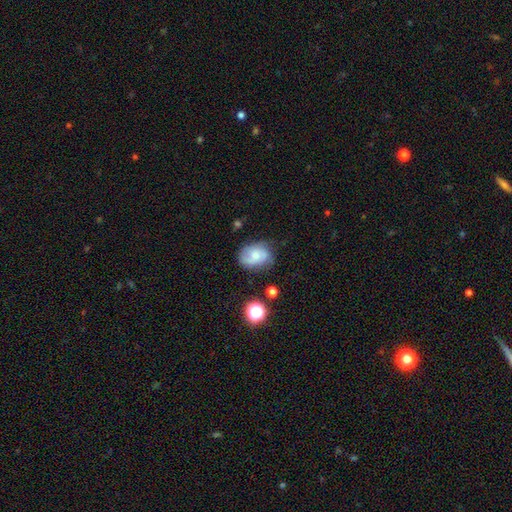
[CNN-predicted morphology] This is possibly a smooth galaxy (51%). How rounded: likely in between (65%). Merging: likely none (60%).